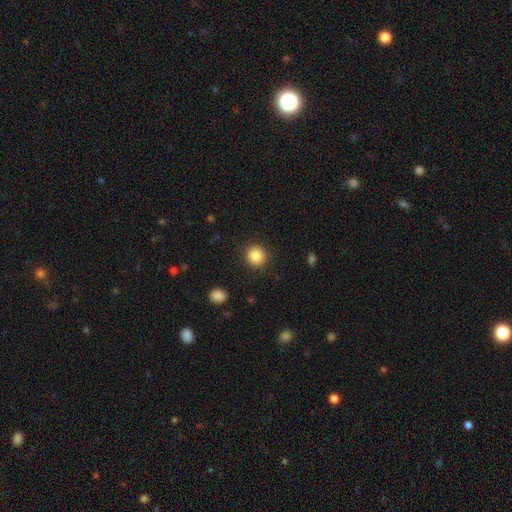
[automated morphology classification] type=smooth (86%); roundness=round (90%); merging=none (91%).